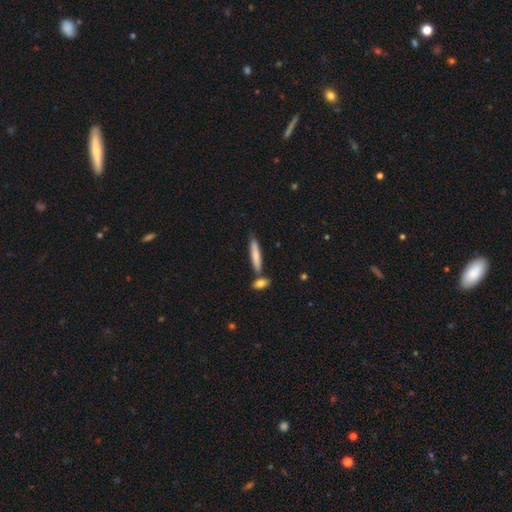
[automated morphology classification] The model was most divided on "smooth or featured": smooth: 74%, featured or disk: 20%, star or artifact: 5%. More confident: how rounded — cigar-shaped (88%); merging — none (71%).